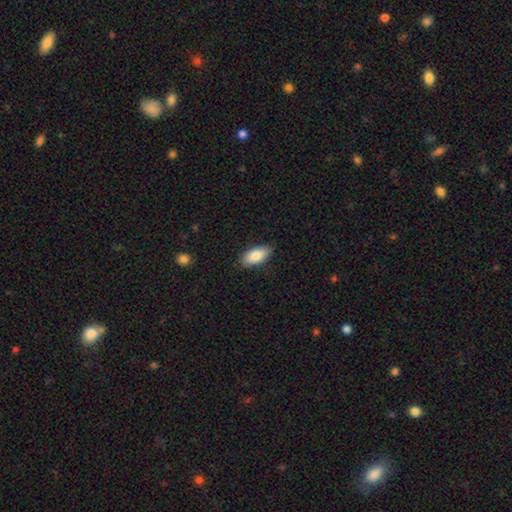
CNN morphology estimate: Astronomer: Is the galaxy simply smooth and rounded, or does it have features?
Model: smooth — 84%.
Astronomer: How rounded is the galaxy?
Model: in between — 89%.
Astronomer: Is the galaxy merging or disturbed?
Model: none — 86%.